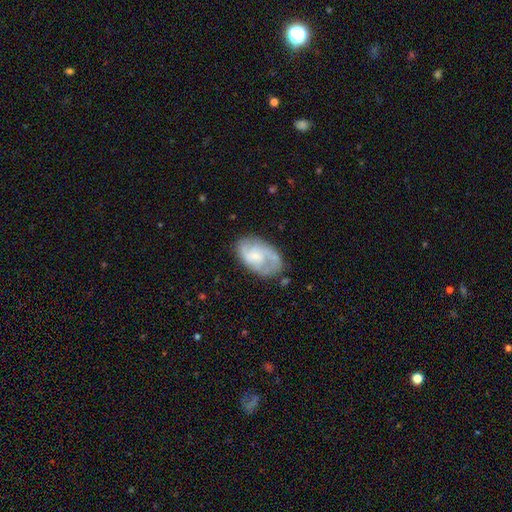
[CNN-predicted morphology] Q: Smooth or featured?
A: featured or disk (69%); runner-up: smooth (25%)
Q: Edge-on disk?
A: no (97%); runner-up: yes (3%)
Q: Bar?
A: no (58%); runner-up: weak (37%)
Q: Spiral arms?
A: yes (87%); runner-up: no (13%)
Q: Spiral winding?
A: medium (46%); runner-up: tight (33%)
Q: Spiral arm count?
A: 2 (54%); runner-up: can't tell (23%)
Q: Bulge size?
A: small (57%); runner-up: moderate (27%)
Q: Merging?
A: none (63%); runner-up: minor disturbance (23%)